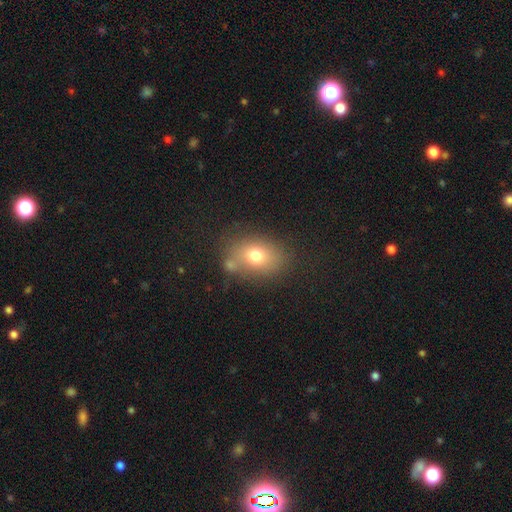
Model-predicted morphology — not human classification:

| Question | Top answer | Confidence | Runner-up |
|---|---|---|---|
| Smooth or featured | smooth | 72% | featured or disk (15%) |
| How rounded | in between | 67% | round (31%) |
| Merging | none | 66% | minor disturbance (17%) |